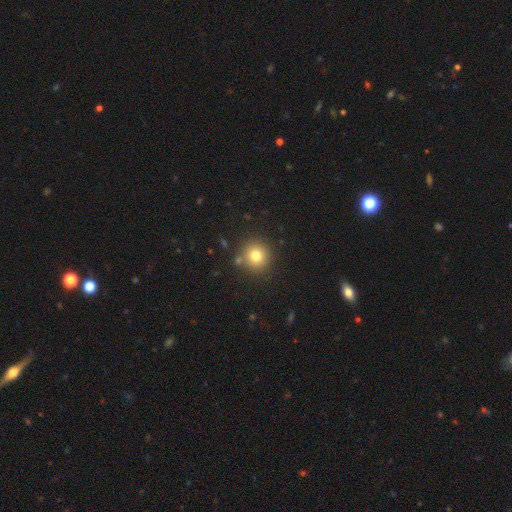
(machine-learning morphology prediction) A smooth galaxy with no disk features (78%) that is round (92%).

Vote fractions:
- Smooth or featured? smooth: 78% / star or artifact: 13% / featured or disk: 9%
- How rounded? round: 92% / in between: 7% / cigar-shaped: 1%
- Merging? none: 84% / minor disturbance: 8% / merger: 6% / major disturbance: 3%